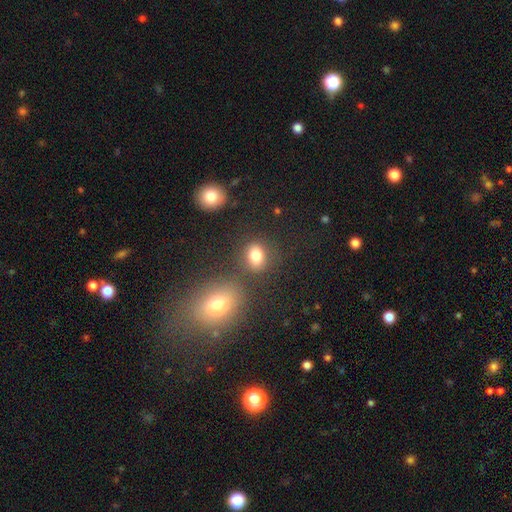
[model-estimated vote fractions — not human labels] Q: Smooth or featured?
A: smooth (81%); runner-up: star or artifact (12%)
Q: How rounded?
A: in between (55%); runner-up: round (44%)
Q: Merging?
A: none (71%); runner-up: minor disturbance (13%)